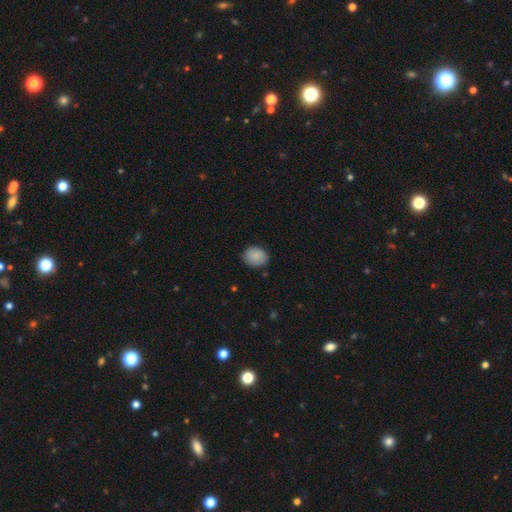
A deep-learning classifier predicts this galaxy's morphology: Smooth or featured: smooth — 85% (featured or disk — 8%)
How rounded: in between — 53% (round — 46%)
Merging: none — 77% (minor disturbance — 18%)